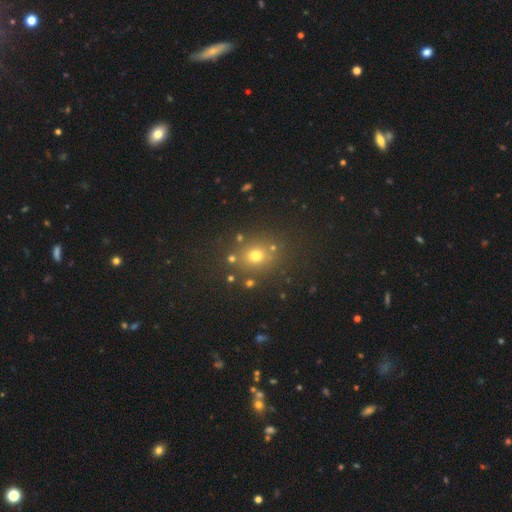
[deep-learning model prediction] Morphology: type=smooth (66%); roundness=round (73%); merging=none (79%).